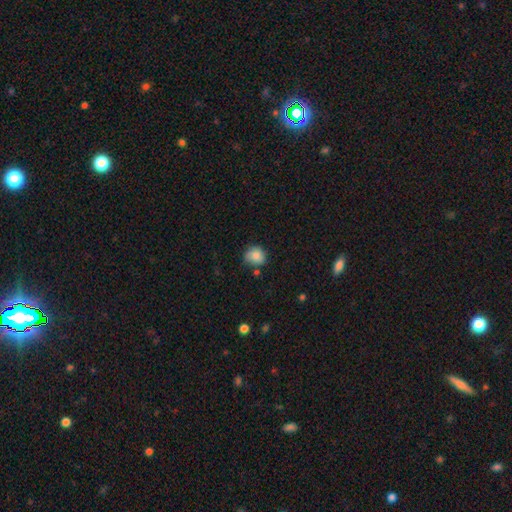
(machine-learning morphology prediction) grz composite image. It shows a smooth galaxy with no disk features (80%) that is round (77%). Merging: none (61%).